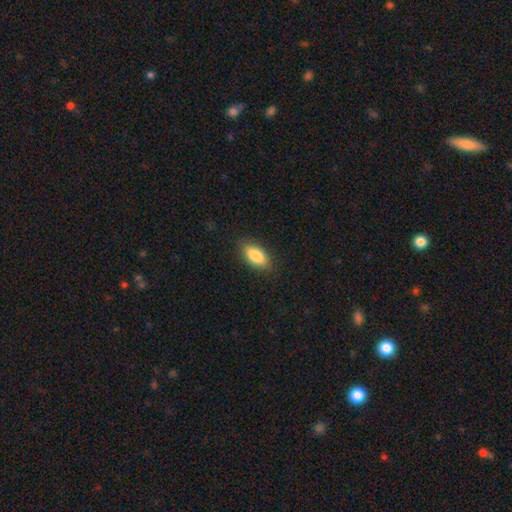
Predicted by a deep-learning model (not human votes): Smooth or featured? Predicted: smooth (p=0.85). How rounded? Predicted: in between (p=0.90). Merging? Predicted: none (p=0.84).